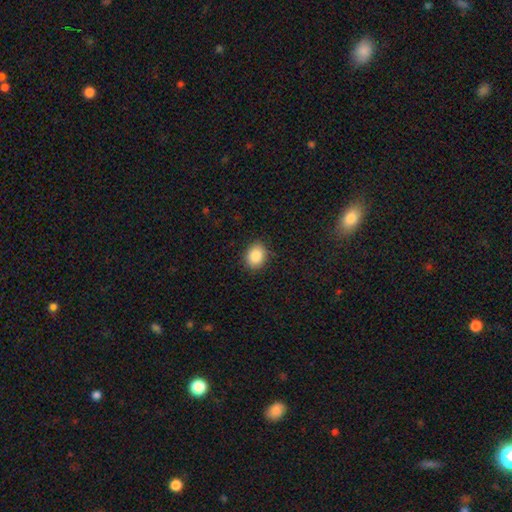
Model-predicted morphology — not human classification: Smooth or featured? Predicted: smooth (p=0.87). How rounded? Predicted: in between (p=0.52). Merging? Predicted: none (p=0.88).